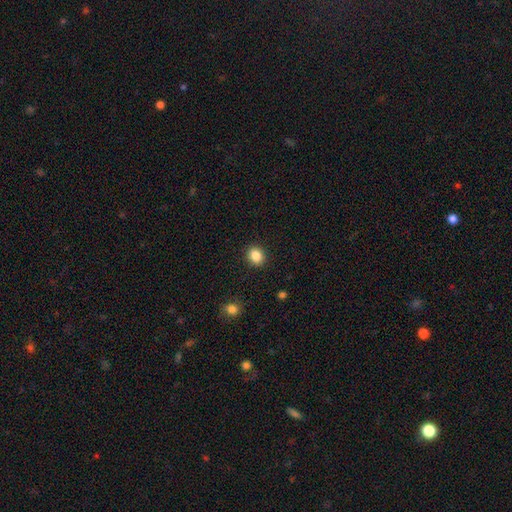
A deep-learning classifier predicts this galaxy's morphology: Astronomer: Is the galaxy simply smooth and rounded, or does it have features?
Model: smooth — 87%.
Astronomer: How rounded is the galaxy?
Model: round — 67%.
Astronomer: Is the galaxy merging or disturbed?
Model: none — 91%.